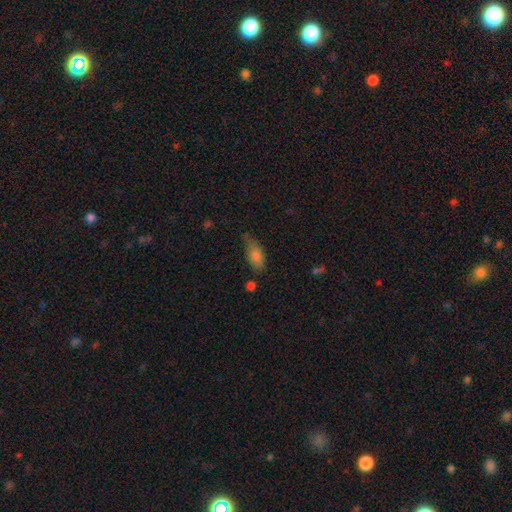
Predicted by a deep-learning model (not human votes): smooth_or_featured: smooth (p=0.78) [alt: featured or disk p=0.13]
how_rounded: in between (p=0.83) [alt: cigar-shaped p=0.13]
merging: none (p=0.56) [alt: minor disturbance p=0.32]